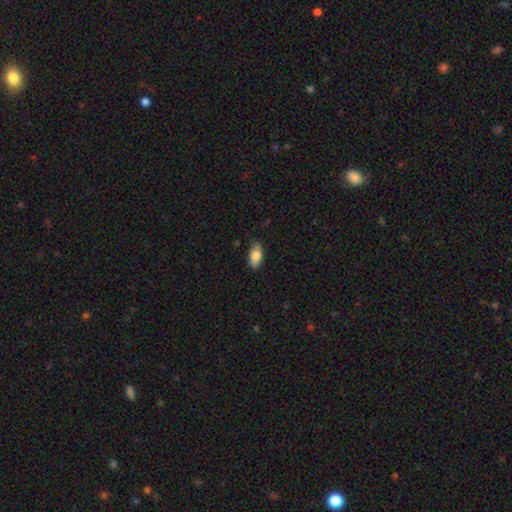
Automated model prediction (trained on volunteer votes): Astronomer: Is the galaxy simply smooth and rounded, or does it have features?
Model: smooth — 80%.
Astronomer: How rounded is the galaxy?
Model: in between — 89%.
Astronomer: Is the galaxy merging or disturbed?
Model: none — 82%.